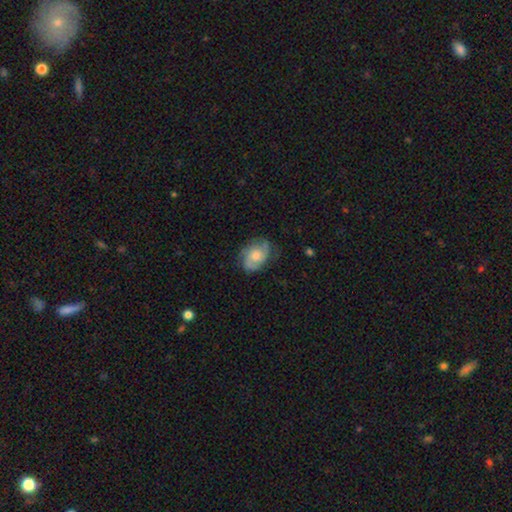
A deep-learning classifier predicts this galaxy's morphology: Smooth or featured: featured or disk — 69% (smooth — 24%)
Edge-on disk: no — 97% (yes — 3%)
Bar: no — 73% (weak — 24%)
Spiral arms: yes — 93% (no — 7%)
Spiral winding: medium — 46% (tight — 36%)
Spiral arm count: 2 — 37% (3 — 33%)
Bulge size: moderate — 55% (small — 23%)
Merging: none — 74% (minor disturbance — 18%)